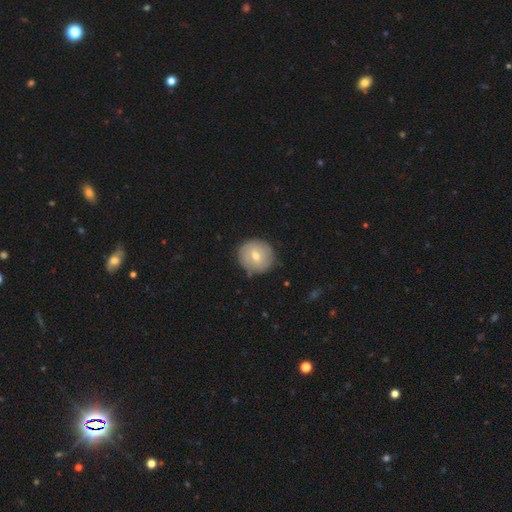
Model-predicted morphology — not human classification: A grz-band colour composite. It shows a smooth galaxy with no disk features (58%) that is round (90%). Merging: none (83%).